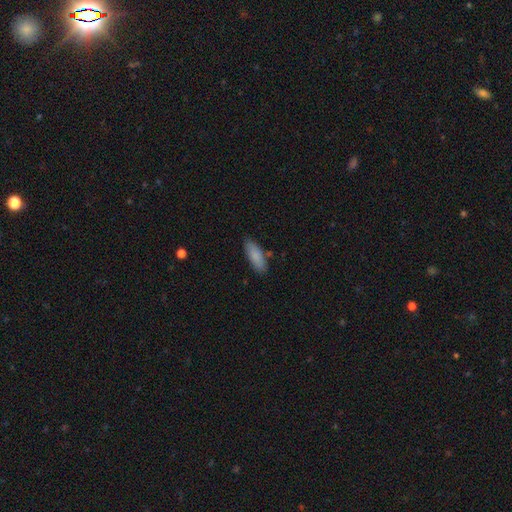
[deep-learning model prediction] Smooth or featured? smooth (85%)
How rounded? in between (61%)
Merging? none (82%)